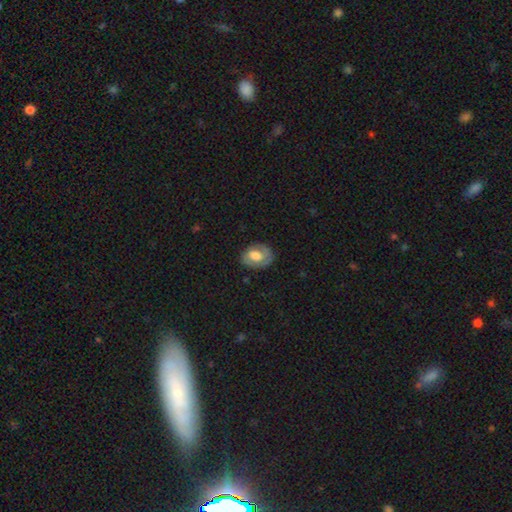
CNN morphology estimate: This is possibly a featured or disk galaxy (51%). It is clearly not viewed edge-on (96%). Merging: likely none (75%).